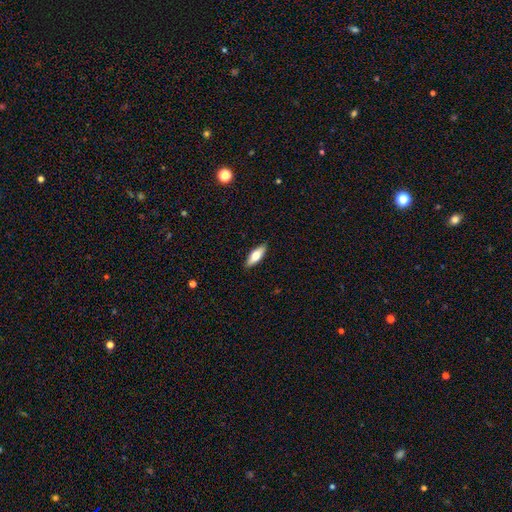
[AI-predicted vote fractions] Overall: smooth (66%; featured or disk 28%). How rounded: in between (66%; cigar-shaped 32%). Merging: none (89%).